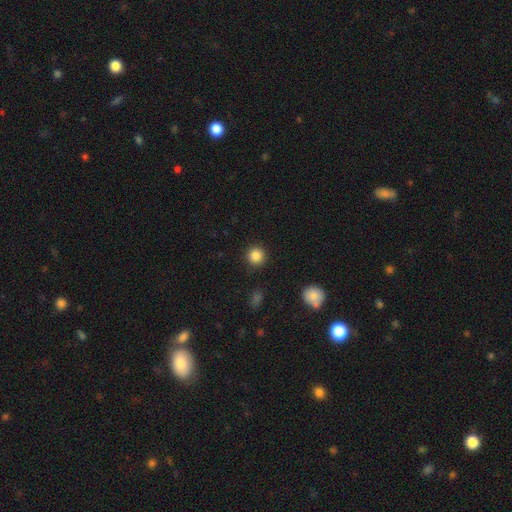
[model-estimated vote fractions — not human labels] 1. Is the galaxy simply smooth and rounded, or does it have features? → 86% smooth, 11% star or artifact, 4% featured or disk.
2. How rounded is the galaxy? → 94% round, 5% in between, 1% cigar-shaped.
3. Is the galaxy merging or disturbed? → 90% none, 6% minor disturbance, 2% major disturbance, 1% merger.